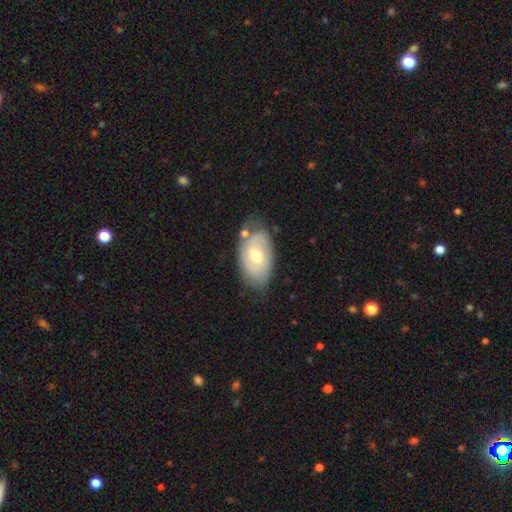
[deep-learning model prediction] Morphology: type=featured or disk (57%); edge-on=no (92%); bar=no (63%); spiral arms=yes (64%); bulge=moderate (75%); merging=none (59%).